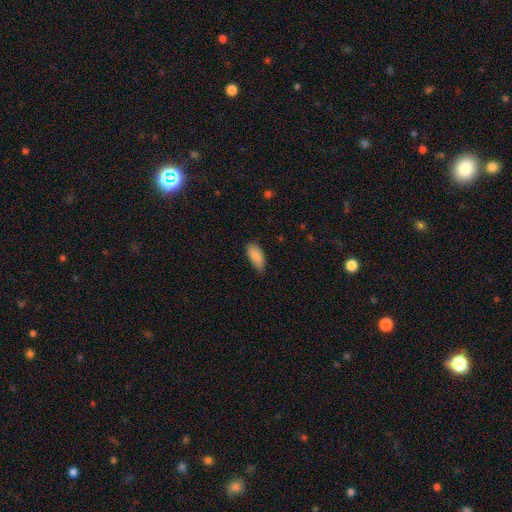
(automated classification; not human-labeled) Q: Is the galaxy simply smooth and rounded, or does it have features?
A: smooth — 88%.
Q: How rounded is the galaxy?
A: in between — 89%.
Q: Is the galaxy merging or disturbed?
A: none — 65%.